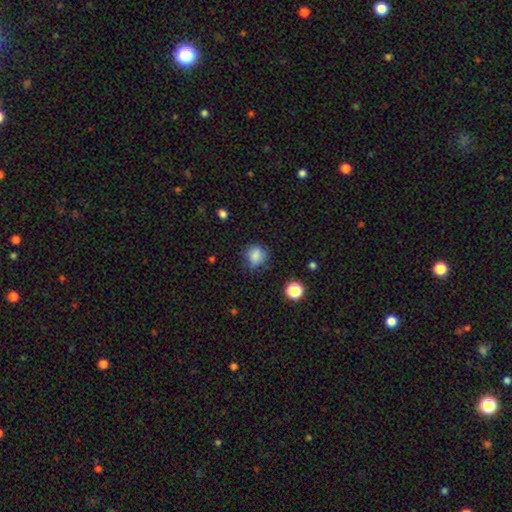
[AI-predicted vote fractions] smooth_or_featured: smooth (p=0.84) [alt: star or artifact p=0.11]
how_rounded: round (p=0.77) [alt: in between p=0.22]
merging: none (p=0.70) [alt: minor disturbance p=0.22]